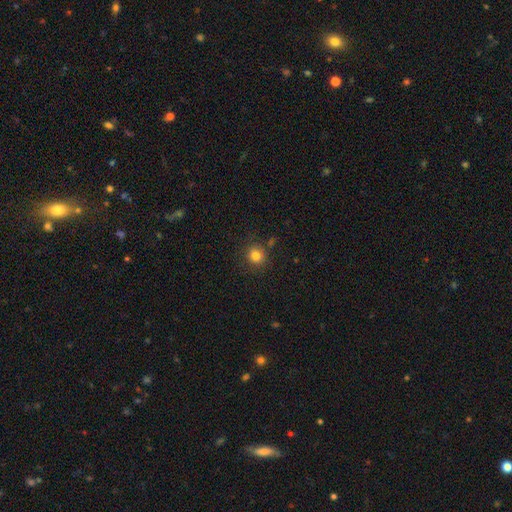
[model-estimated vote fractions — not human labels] This is clearly a smooth galaxy (82%). How rounded: clearly round (89%). Merging: clearly none (84%).